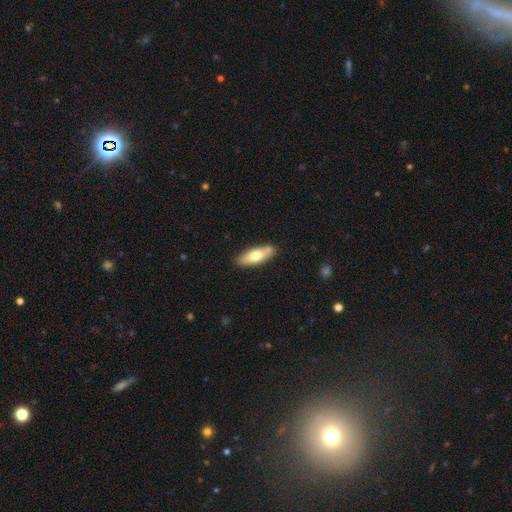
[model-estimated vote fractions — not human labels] This is likely a smooth galaxy (67%). How rounded: likely in between (64%). Merging: likely none (76%).